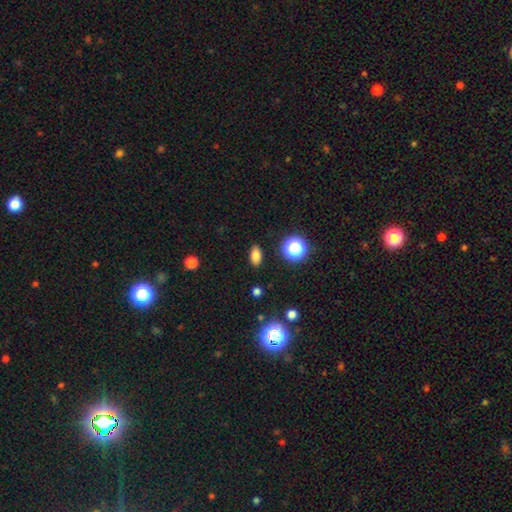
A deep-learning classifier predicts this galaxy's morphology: A smooth galaxy with no disk features (78%) that is in between round and cigar-shaped (84%). Merging: none (88%).